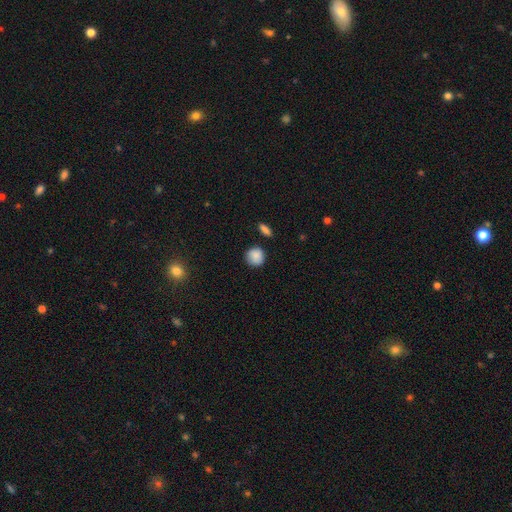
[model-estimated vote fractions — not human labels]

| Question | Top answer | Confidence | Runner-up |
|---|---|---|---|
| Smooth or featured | smooth | 87% | star or artifact (8%) |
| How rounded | round | 89% | in between (10%) |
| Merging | none | 82% | minor disturbance (12%) |